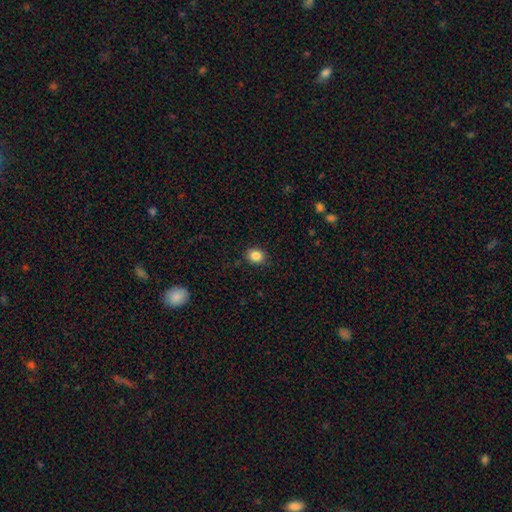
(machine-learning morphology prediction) The model was most divided on "how rounded": round: 66%, in between: 33%, cigar-shaped: 1%. More confident: merging — none (88%); smooth or featured — smooth (85%).